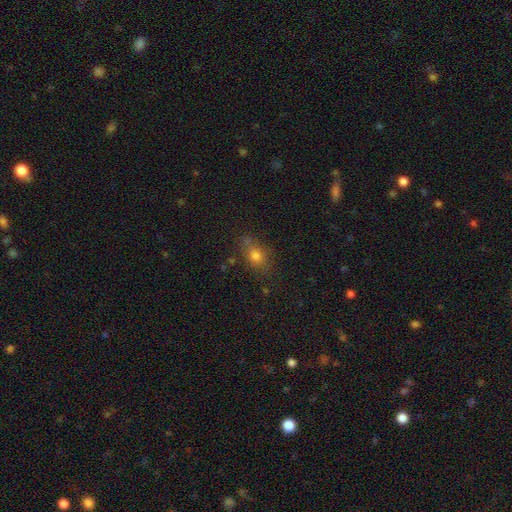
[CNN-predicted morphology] Overall: smooth (74%). How rounded: in between (58%; round 38%). Merging: none (68%).